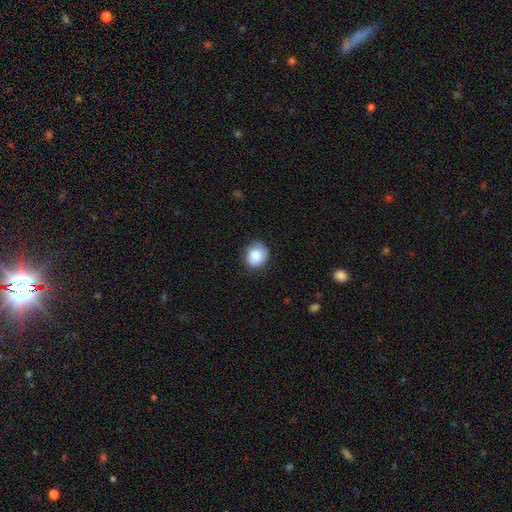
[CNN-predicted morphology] The model was most divided on "how rounded": round: 73%, in between: 26%, cigar-shaped: 1%. More confident: smooth or featured — smooth (84%); merging — none (75%).